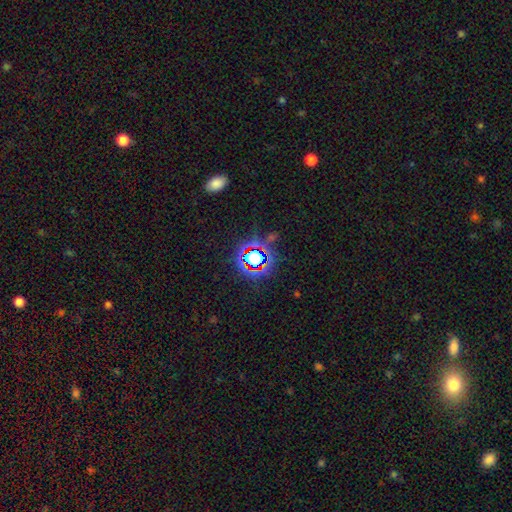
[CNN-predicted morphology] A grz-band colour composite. It shows a star or artifact, not a galaxy (76%).